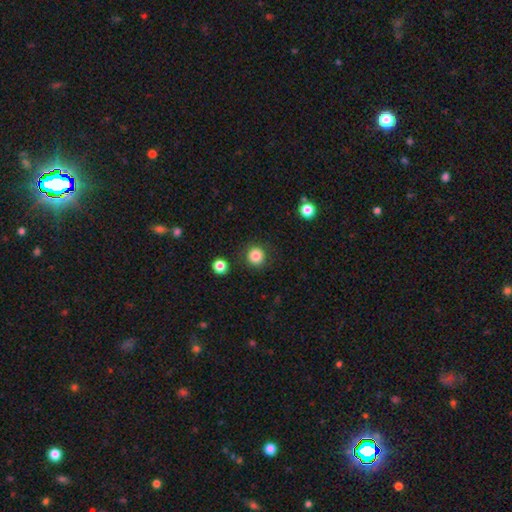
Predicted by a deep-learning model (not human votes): A smooth galaxy with no disk features (85%) that is round (93%).

Vote fractions:
- Smooth or featured? smooth: 85% / star or artifact: 11% / featured or disk: 4%
- How rounded? round: 93% / in between: 6% / cigar-shaped: 1%
- Merging? none: 88% / minor disturbance: 7% / major disturbance: 3% / merger: 2%